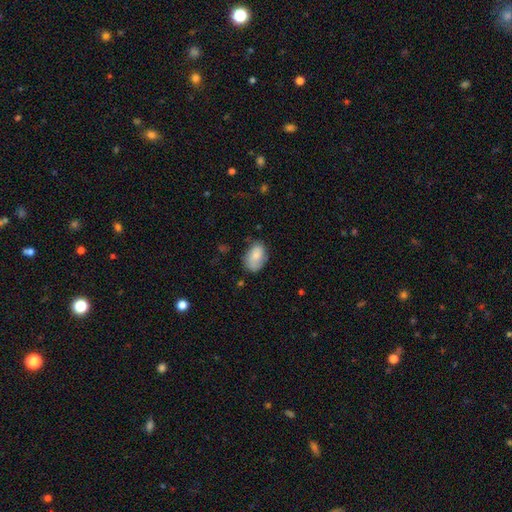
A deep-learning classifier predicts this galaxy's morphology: The model was most divided on "merging": none: 61%, minor disturbance: 28%, major disturbance: 9%, merger: 2%. More confident: how rounded — in between (86%); smooth or featured — smooth (72%).